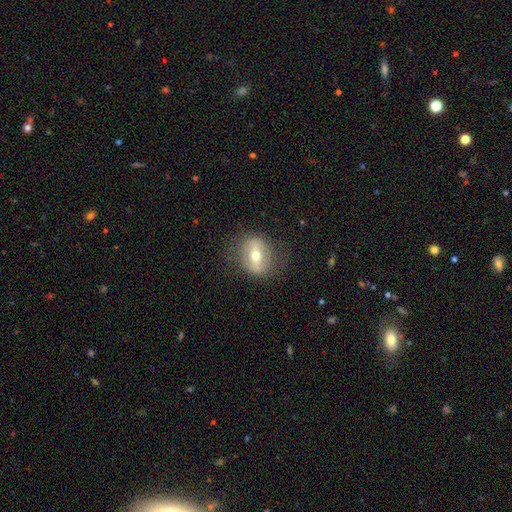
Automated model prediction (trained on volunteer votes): A featured or disk galaxy (59%). Merging: none (78%).